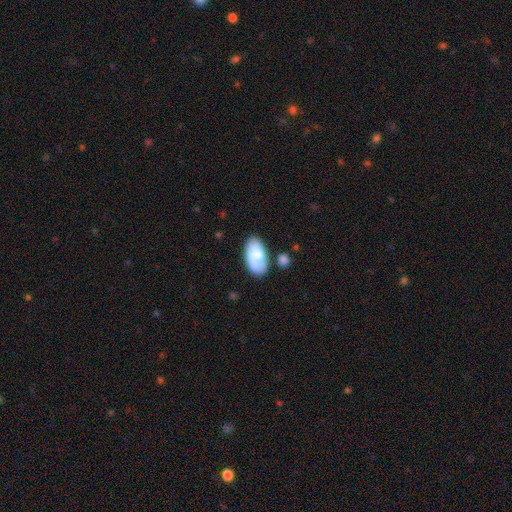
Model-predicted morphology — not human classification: type=smooth (74%); roundness=in between (95%); merging=none (63%).